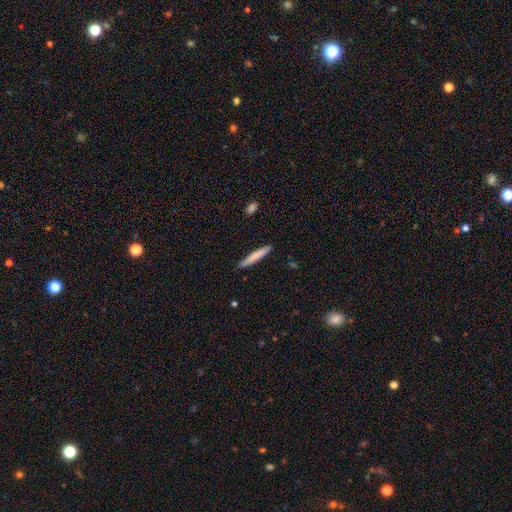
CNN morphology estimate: Q: Smooth or featured?
A: smooth (75%); runner-up: featured or disk (19%)
Q: How rounded?
A: cigar-shaped (95%); runner-up: in between (4%)
Q: Merging?
A: none (89%); runner-up: minor disturbance (8%)